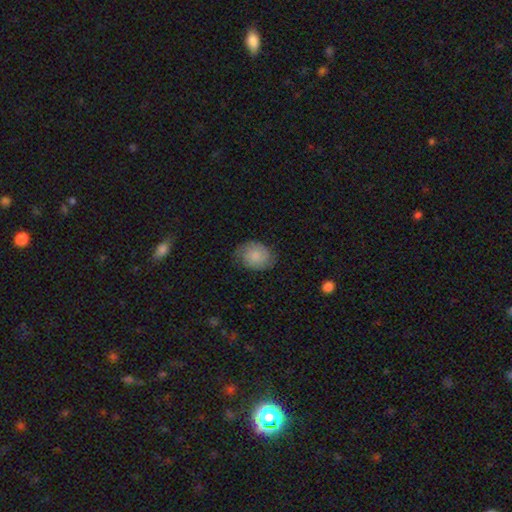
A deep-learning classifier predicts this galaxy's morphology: This is possibly a smooth galaxy (48%). Merging: likely none (71%).